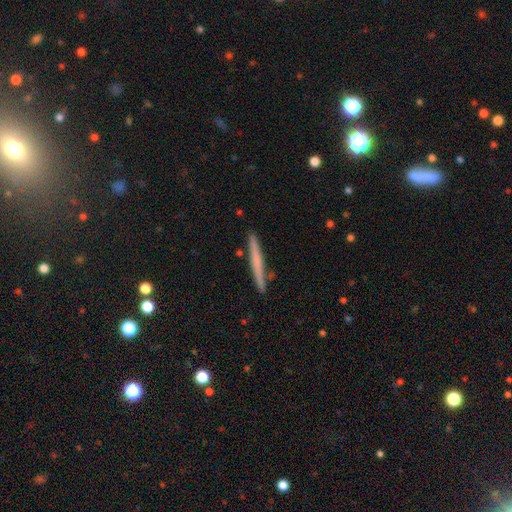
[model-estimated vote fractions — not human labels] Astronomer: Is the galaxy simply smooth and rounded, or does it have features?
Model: smooth — 54% (runner-up: featured or disk, 40%).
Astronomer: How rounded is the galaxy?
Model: cigar-shaped — 97%.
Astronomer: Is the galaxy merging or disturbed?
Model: none — 90%.